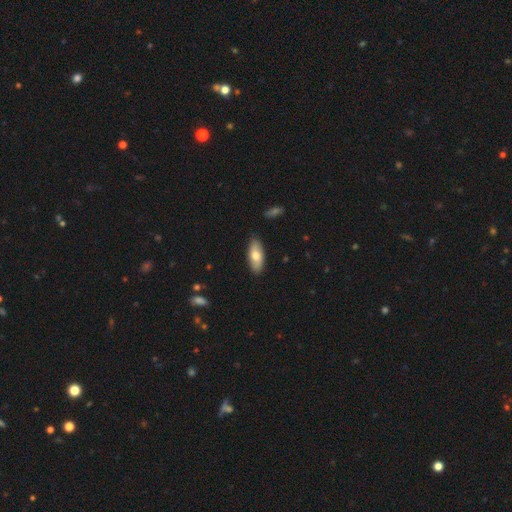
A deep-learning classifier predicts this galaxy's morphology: smooth 71%, featured or disk 24%, star or artifact 6%. Down the decision tree: how rounded — in between (83%); merging — none (86%).